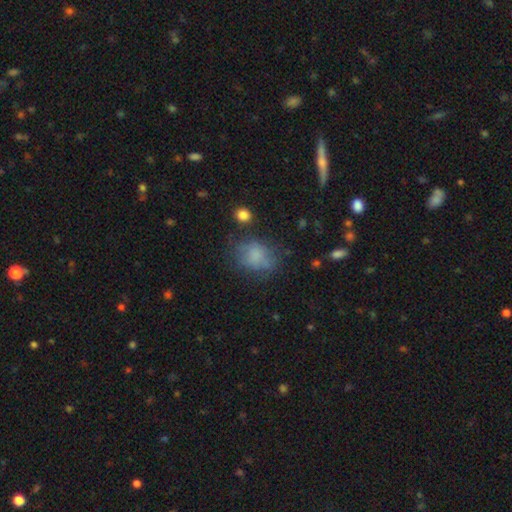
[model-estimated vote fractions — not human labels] Smooth or featured?
  - smooth: 71% *
  - featured or disk: 16%
  - star or artifact: 13%
How rounded?
  - in between: 52% *
  - round: 47%
  - cigar-shaped: 1%
Merging?
  - none: 55% *
  - minor disturbance: 25%
  - major disturbance: 16%
  - merger: 4%